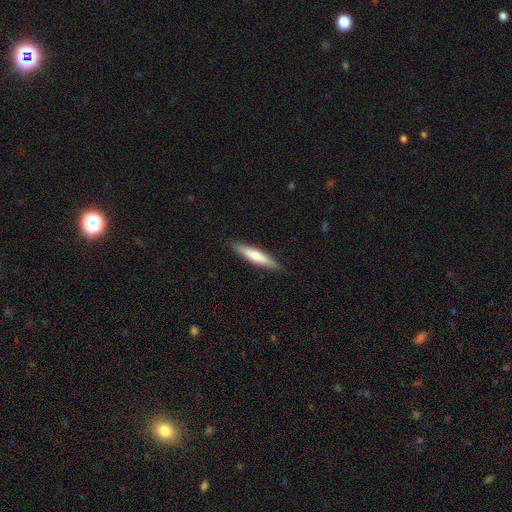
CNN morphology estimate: smooth_or_featured: smooth (p=0.66) [alt: featured or disk p=0.28]
how_rounded: cigar-shaped (p=0.88) [alt: in between p=0.11]
merging: none (p=0.89) [alt: minor disturbance p=0.08]